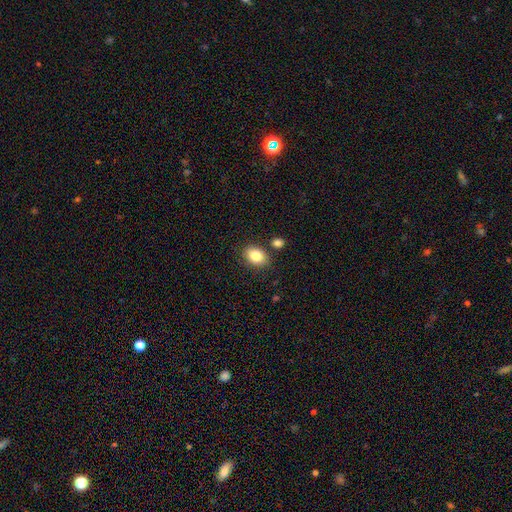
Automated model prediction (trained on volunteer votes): Overall: smooth (85%). How rounded: in between (77%). Merging: none (79%).